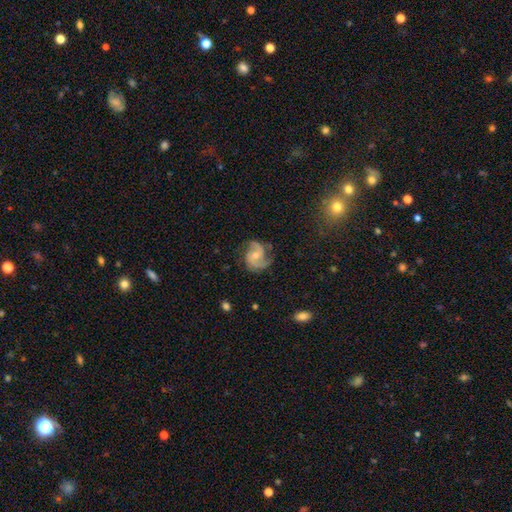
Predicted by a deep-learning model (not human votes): A featured or disk galaxy (84%) with no bar (62%), 2 (86%) medium (53%) spiral arms (97%) and a moderate central bulge (51%).

Vote fractions:
- Smooth or featured? featured or disk: 84% / smooth: 10% / star or artifact: 6%
- Edge-on disk? no: 98% / yes: 2%
- Bar? no: 62% / weak: 31% / strong: 7%
- Spiral arms? yes: 97% / no: 3%
- Spiral winding? medium: 53% / loose: 24% / tight: 22%
- Spiral arm count? 2: 86% / 3: 4% / can't tell: 4% / 1: 2% / 4: 1% / more than 4: 1%
- Bulge size? moderate: 51% / small: 45% / none: 2% / large: 2% / dominant: 1%
- Merging? none: 72% / minor disturbance: 19% / major disturbance: 8% / merger: 1%